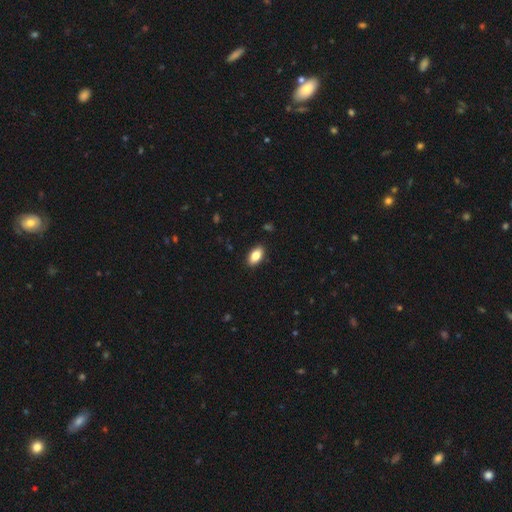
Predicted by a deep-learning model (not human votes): smooth 84%, featured or disk 9%, star or artifact 7%. Down the decision tree: how rounded — in between (92%); merging — none (89%).